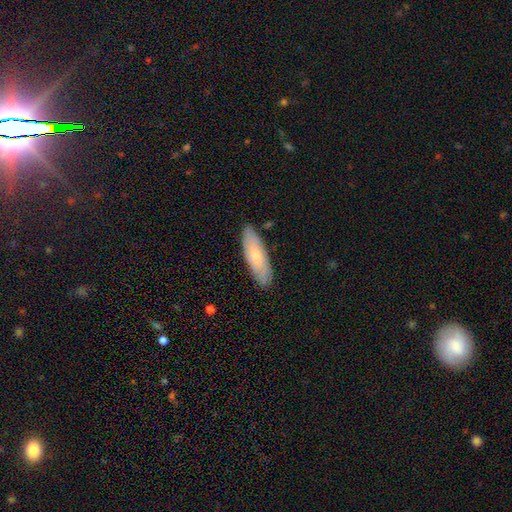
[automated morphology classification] smooth 65%, featured or disk 29%, star or artifact 6%. Down the decision tree: how rounded — in between (50%); merging — none (85%).